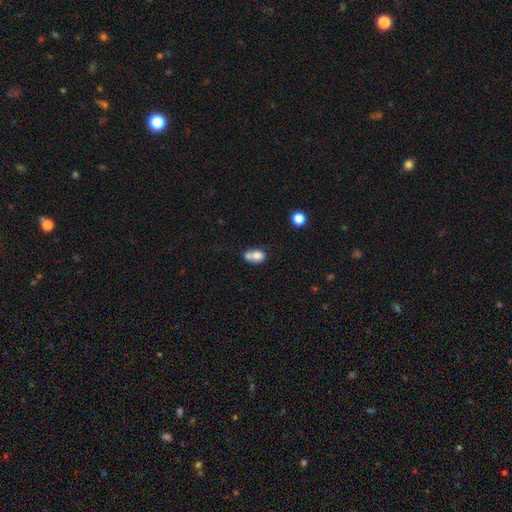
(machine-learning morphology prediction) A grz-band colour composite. It shows a smooth galaxy with no disk features (75%) that is in between round and cigar-shaped (66%). Merging: merger (53%).